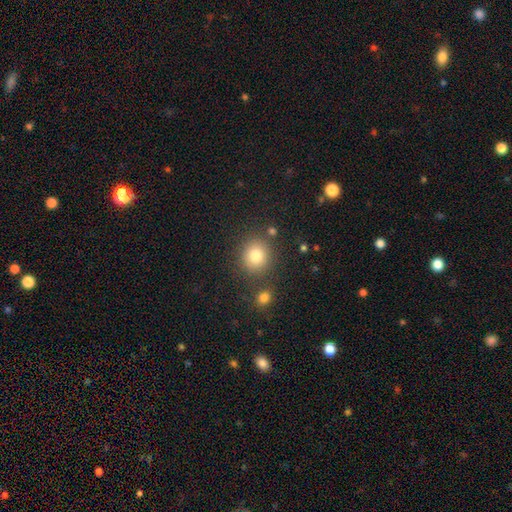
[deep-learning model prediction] Q: Smooth or featured?
A: smooth (81%); runner-up: star or artifact (11%)
Q: How rounded?
A: round (81%); runner-up: in between (18%)
Q: Merging?
A: none (80%); runner-up: minor disturbance (10%)